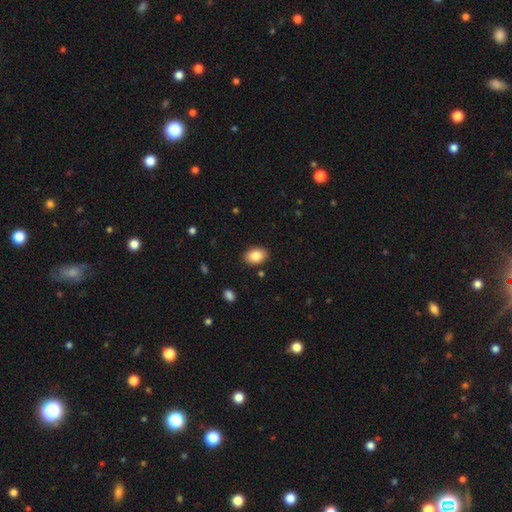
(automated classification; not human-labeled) This is clearly a smooth galaxy (85%). How rounded: likely in between (79%). Merging: clearly none (88%).